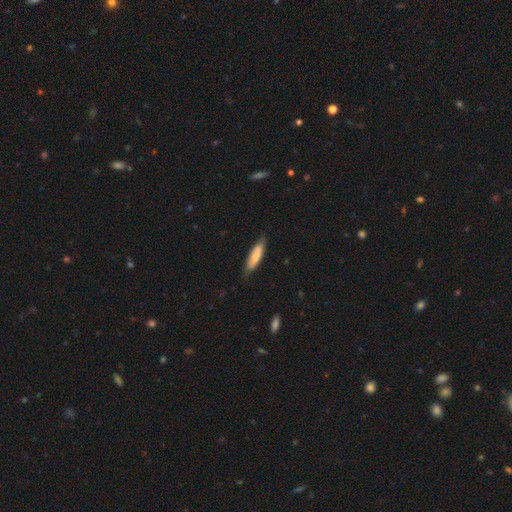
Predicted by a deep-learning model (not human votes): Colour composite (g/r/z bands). It shows a smooth galaxy with no disk features (75%) that is cigar-shaped (65%). Merging: none (76%).